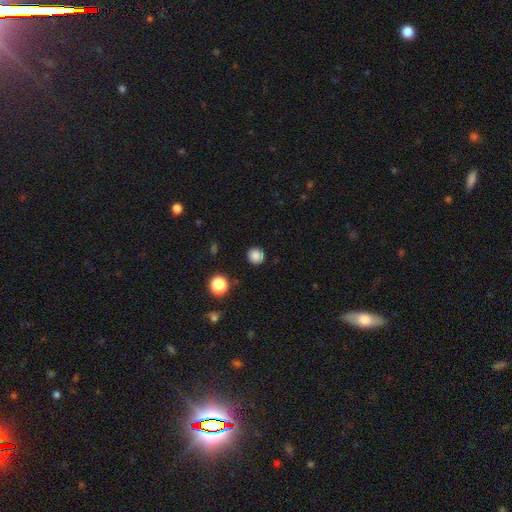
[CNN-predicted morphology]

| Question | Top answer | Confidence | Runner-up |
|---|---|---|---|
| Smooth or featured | smooth | 85% | star or artifact (12%) |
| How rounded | round | 91% | in between (8%) |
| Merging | none | 89% | minor disturbance (7%) |